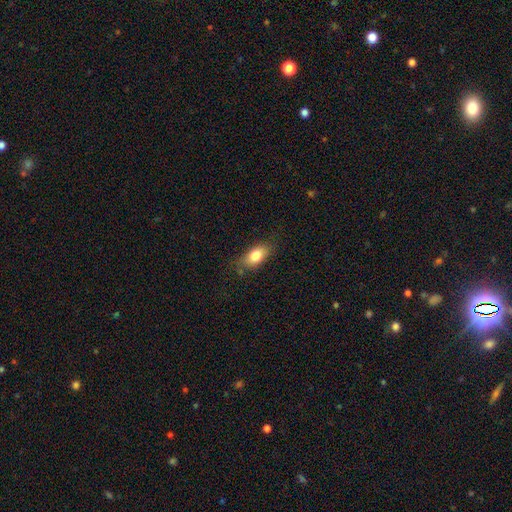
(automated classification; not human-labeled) Q: Smooth or featured?
A: smooth (79%); runner-up: featured or disk (13%)
Q: How rounded?
A: in between (86%); runner-up: cigar-shaped (8%)
Q: Merging?
A: none (75%); runner-up: minor disturbance (18%)